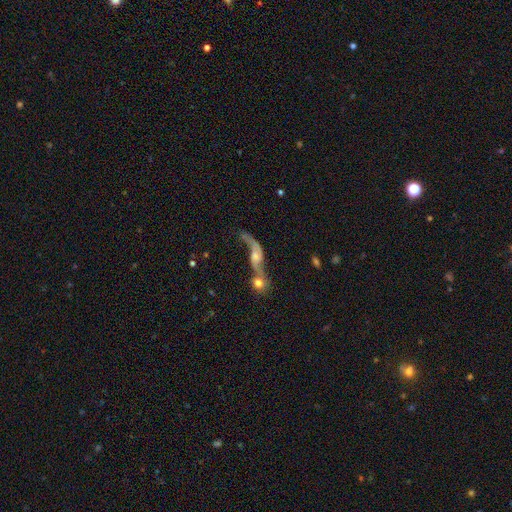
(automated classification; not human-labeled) A featured or disk galaxy (69%) with no bar (61%), spiral arms (81%) and a moderate central bulge (41%).

Vote fractions:
- Smooth or featured? featured or disk: 69% / smooth: 23% / star or artifact: 9%
- Edge-on disk? no: 86% / yes: 14%
- Bar? no: 61% / weak: 30% / strong: 8%
- Spiral arms? yes: 81% / no: 19%
- Bulge size? moderate: 41% / small: 34% / none: 13% / large: 9% / dominant: 3%
- Merging? merger: 56% / none: 19% / major disturbance: 16% / minor disturbance: 10%